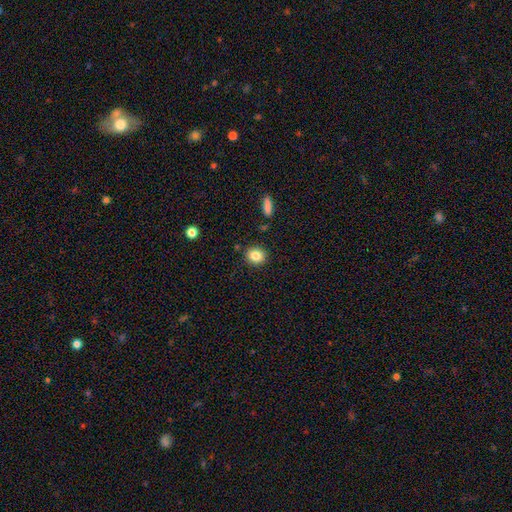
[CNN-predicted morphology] Q: Smooth or featured?
A: smooth (84%); runner-up: star or artifact (10%)
Q: How rounded?
A: round (74%); runner-up: in between (24%)
Q: Merging?
A: none (87%); runner-up: minor disturbance (8%)